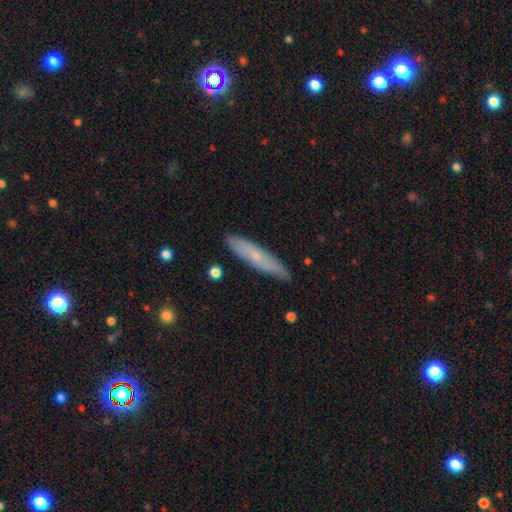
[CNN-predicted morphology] Smooth or featured?
  - smooth: 53% *
  - featured or disk: 40%
  - star or artifact: 7%
How rounded?
  - cigar-shaped: 86% *
  - in between: 12%
  - round: 2%
Merging?
  - none: 87% *
  - minor disturbance: 10%
  - major disturbance: 2%
  - merger: 1%